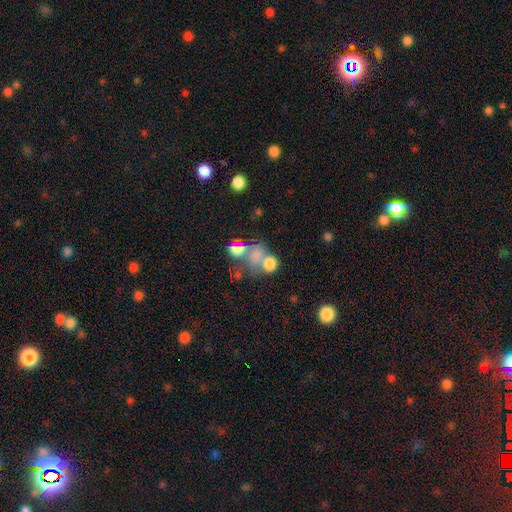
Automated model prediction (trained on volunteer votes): This appears to be a smooth galaxy with no disk features (67%) that is round (52%). Merging: merger (53%).